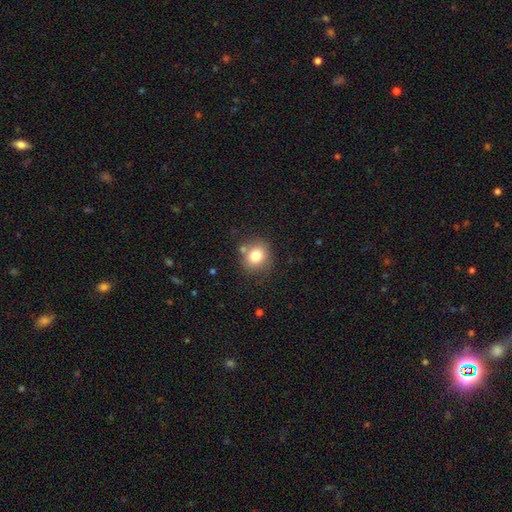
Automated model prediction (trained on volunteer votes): Smooth or featured: smooth — 79% (star or artifact — 11%)
How rounded: round — 72% (in between — 27%)
Merging: none — 74% (minor disturbance — 14%)